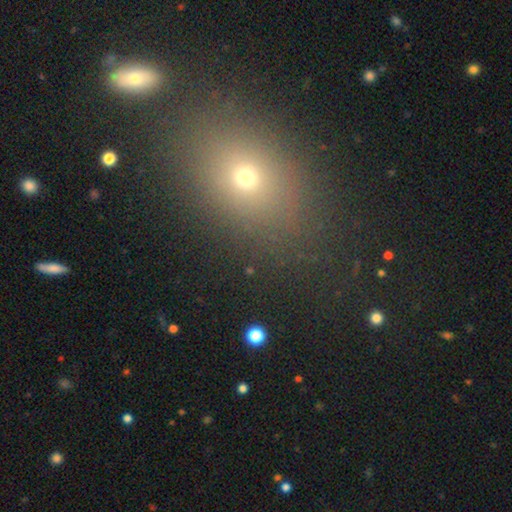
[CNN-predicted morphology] A smooth galaxy with no disk features (57%) that is in between round and cigar-shaped (58%).

Vote fractions:
- Smooth or featured? smooth: 57% / star or artifact: 30% / featured or disk: 12%
- How rounded? in between: 58% / round: 40% / cigar-shaped: 2%
- Merging? none: 82% / minor disturbance: 9% / merger: 5% / major disturbance: 4%